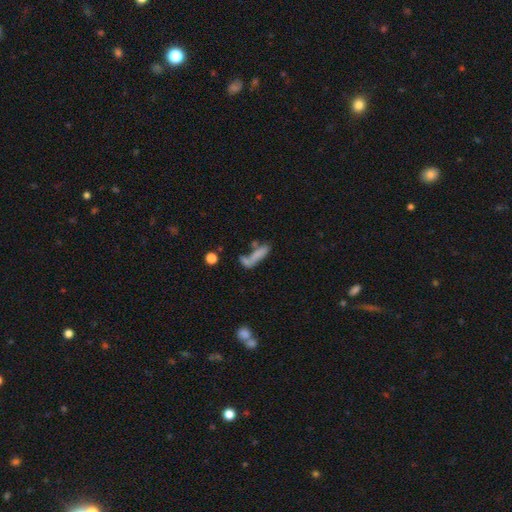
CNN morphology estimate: Smooth or featured? Predicted: smooth (p=0.67). How rounded? Predicted: cigar-shaped (p=0.62). Merging? Predicted: merger (p=0.35).